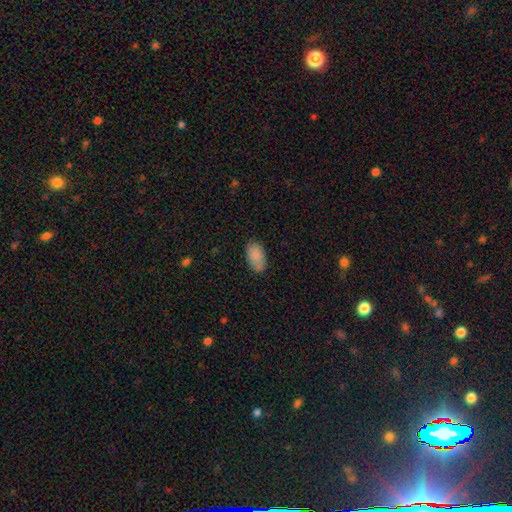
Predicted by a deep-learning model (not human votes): Q: Smooth or featured?
A: smooth (87%); runner-up: star or artifact (8%)
Q: How rounded?
A: in between (93%); runner-up: round (4%)
Q: Merging?
A: none (74%); runner-up: minor disturbance (20%)